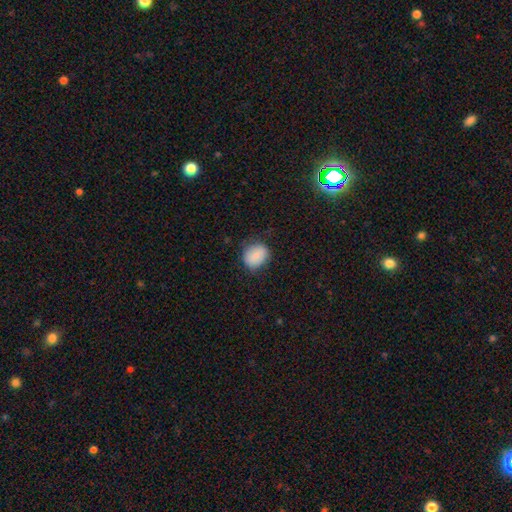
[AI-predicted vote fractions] Q: Smooth or featured?
A: smooth (83%); runner-up: featured or disk (9%)
Q: How rounded?
A: round (55%); runner-up: in between (44%)
Q: Merging?
A: none (74%); runner-up: minor disturbance (20%)